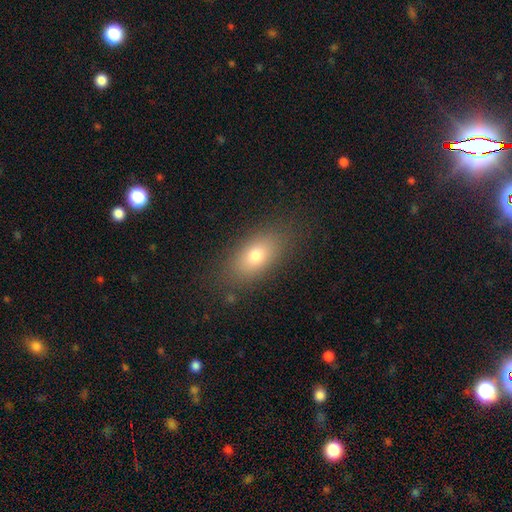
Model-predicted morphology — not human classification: smooth-or-featured: smooth: 73% | featured or disk: 16% | star or artifact: 11%
  how-rounded: in between: 83% | round: 10% | cigar-shaped: 6%
  merging: none: 84% | minor disturbance: 11% | major disturbance: 4% | merger: 1%